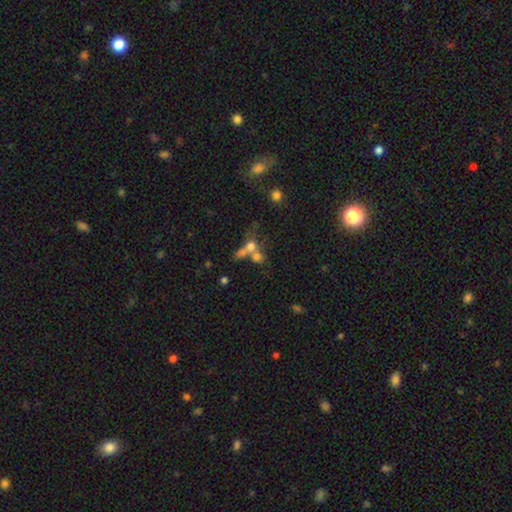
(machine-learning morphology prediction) smooth-or-featured: smooth: 49% | featured or disk: 26% | star or artifact: 25%
  merging: merger: 52% | none: 33% | minor disturbance: 8% | major disturbance: 7%